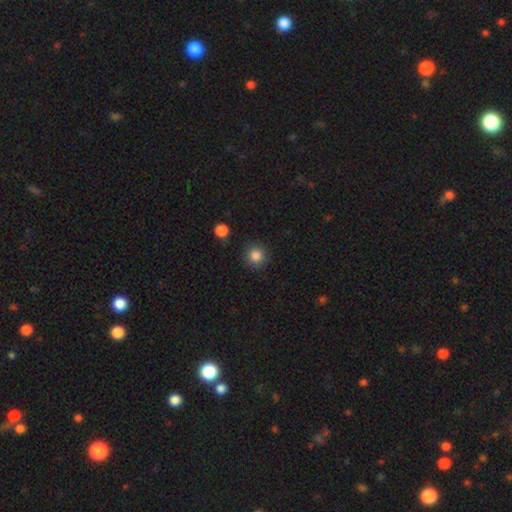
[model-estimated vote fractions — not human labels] The model was most divided on "smooth or featured": smooth: 85%, star or artifact: 11%, featured or disk: 5%. More confident: how rounded — round (94%); merging — none (90%).